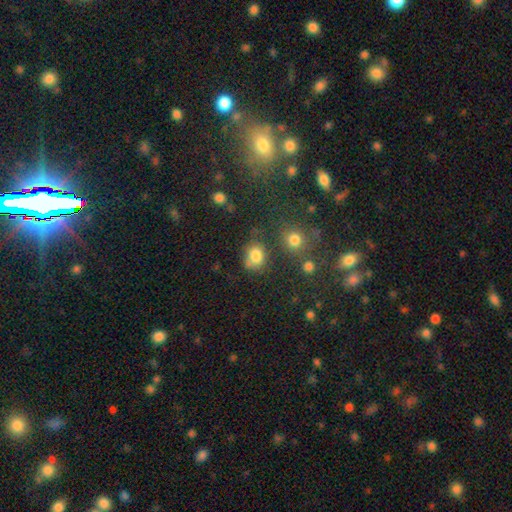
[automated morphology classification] Smooth or featured?
  - smooth: 79% *
  - star or artifact: 13%
  - featured or disk: 8%
How rounded?
  - round: 58% *
  - in between: 41%
  - cigar-shaped: 1%
Merging?
  - none: 61% *
  - minor disturbance: 19%
  - merger: 13%
  - major disturbance: 7%